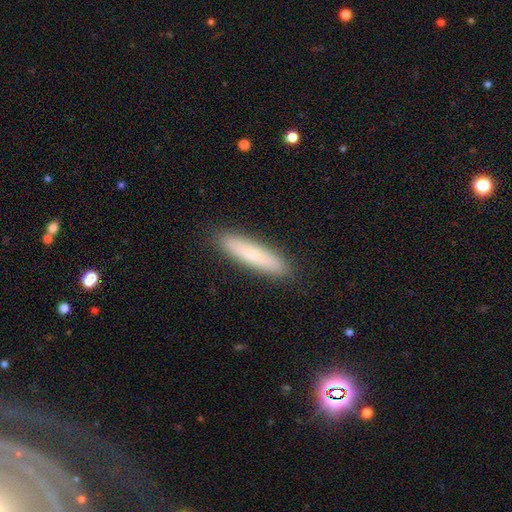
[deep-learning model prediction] smooth 69%, featured or disk 23%, star or artifact 8%. Down the decision tree: how rounded — cigar-shaped (84%); merging — none (90%).